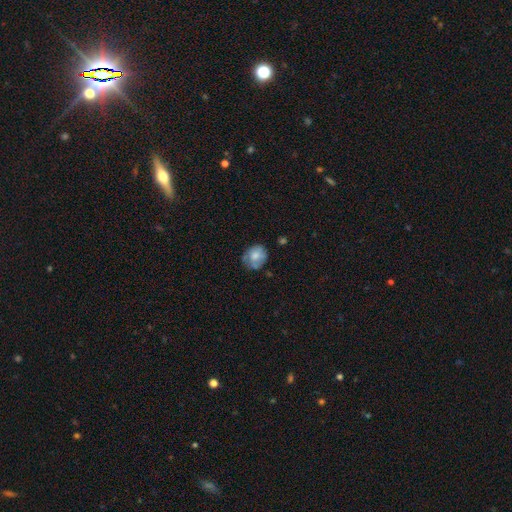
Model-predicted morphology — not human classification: Smooth or featured? smooth (62%)
How rounded? round (71%)
Merging? none (61%)